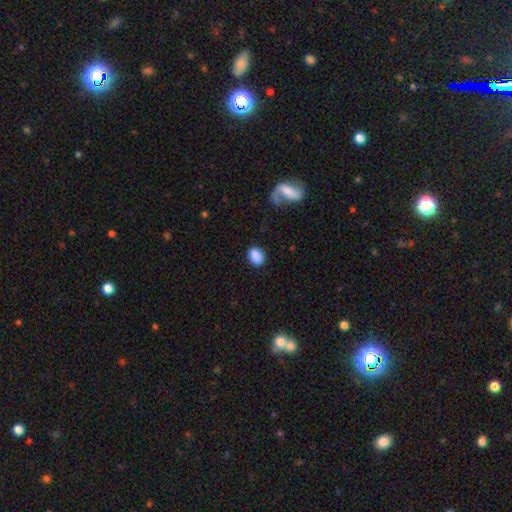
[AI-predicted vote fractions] Morphology: type=smooth (87%); roundness=in between (66%); merging=none (83%).